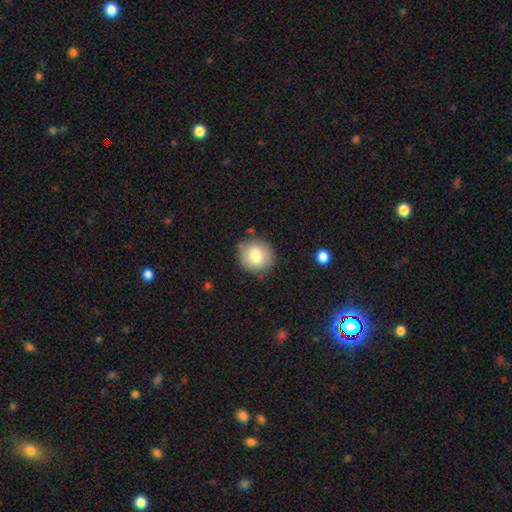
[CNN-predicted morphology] Smooth or featured: smooth — 80% (featured or disk — 12%)
How rounded: round — 85% (in between — 14%)
Merging: none — 82% (minor disturbance — 13%)